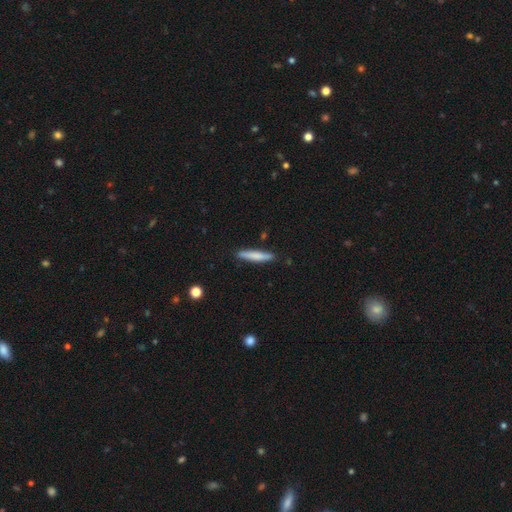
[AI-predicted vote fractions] Overall: smooth (73%). How rounded: cigar-shaped (92%). Merging: none (88%).